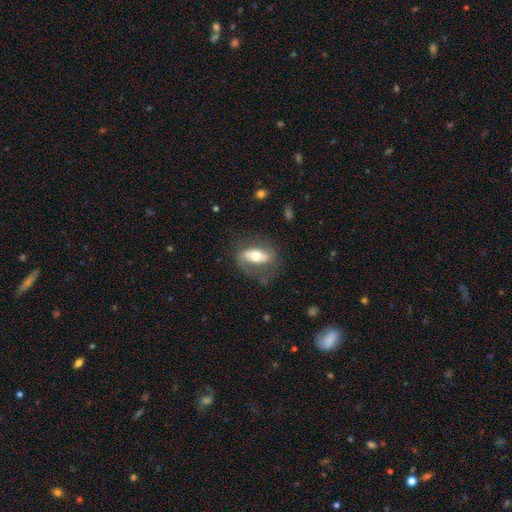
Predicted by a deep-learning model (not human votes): featured or disk 50%, smooth 43%, star or artifact 7%. Down the decision tree: merging — none (59%).